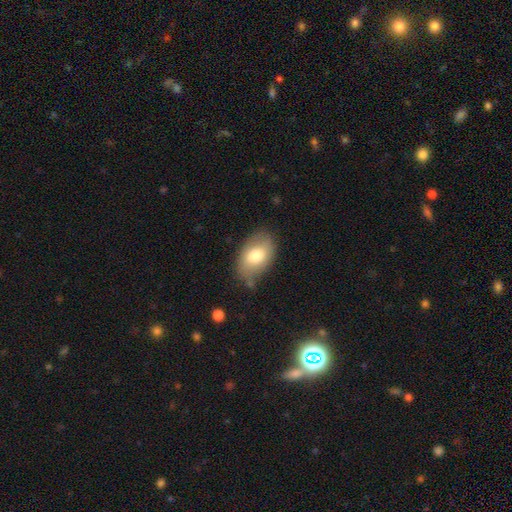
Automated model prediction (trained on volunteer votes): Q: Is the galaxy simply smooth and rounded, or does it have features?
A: smooth — 75%.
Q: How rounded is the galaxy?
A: in between — 90%.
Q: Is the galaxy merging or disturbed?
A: none — 70%.